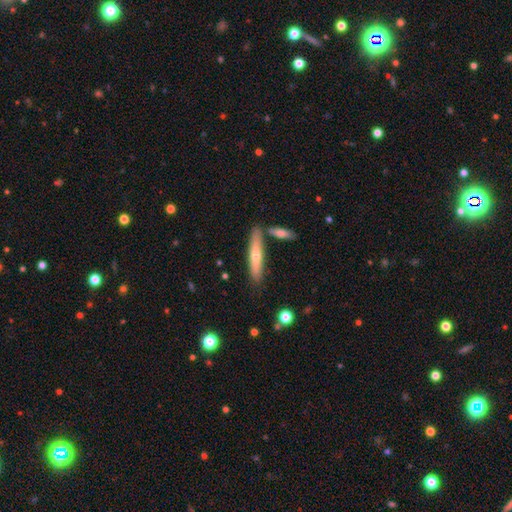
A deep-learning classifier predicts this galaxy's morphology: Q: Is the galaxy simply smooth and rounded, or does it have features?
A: smooth — 50%.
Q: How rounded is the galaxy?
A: cigar-shaped — 87%.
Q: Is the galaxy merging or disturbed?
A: none — 79%.